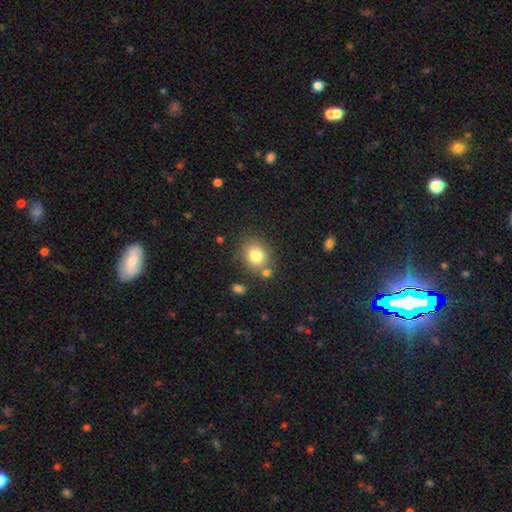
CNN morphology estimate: Smooth or featured? Predicted: smooth (p=0.80). How rounded? Predicted: round (p=0.56). Merging? Predicted: none (p=0.69).